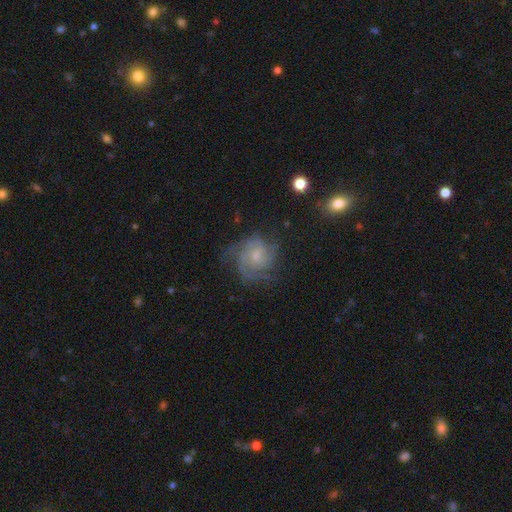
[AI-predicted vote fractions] Morphology: type=featured or disk (77%); edge-on=no (98%); bar=no (68%); spiral arms=yes (93%); winding=tight (50%); arm count=can't tell (30%); bulge=small (63%); merging=none (63%).